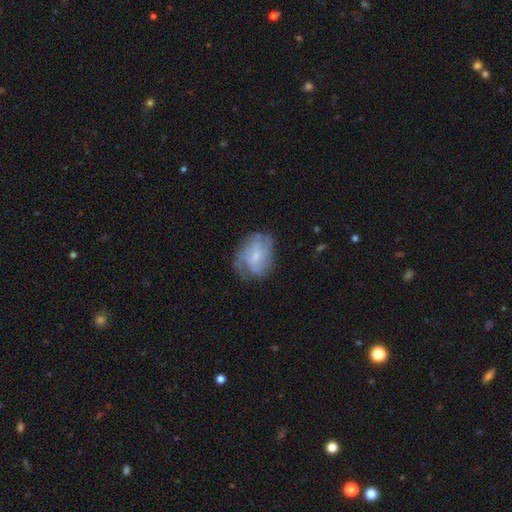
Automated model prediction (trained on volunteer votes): Smooth or featured? Predicted: featured or disk (p=0.56). Edge-on disk? Predicted: no (p=0.97). Bar? Predicted: no (p=0.52). Spiral arms? Predicted: yes (p=0.60). Bulge size? Predicted: small (p=0.55). Merging? Predicted: none (p=0.58).